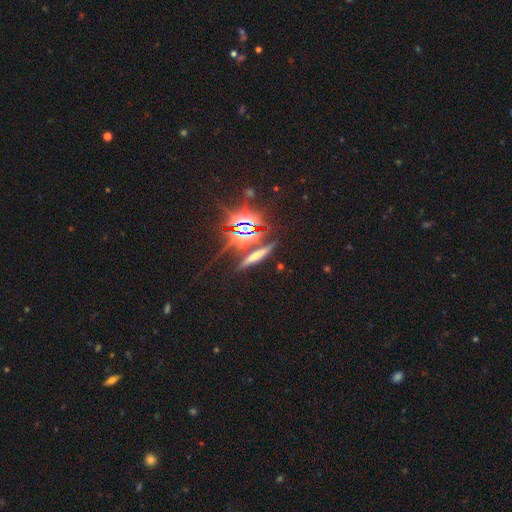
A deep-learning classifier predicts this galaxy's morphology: smooth_or_featured: smooth (p=0.38) [alt: star or artifact p=0.37]
merging: none (p=0.76) [alt: minor disturbance p=0.12]